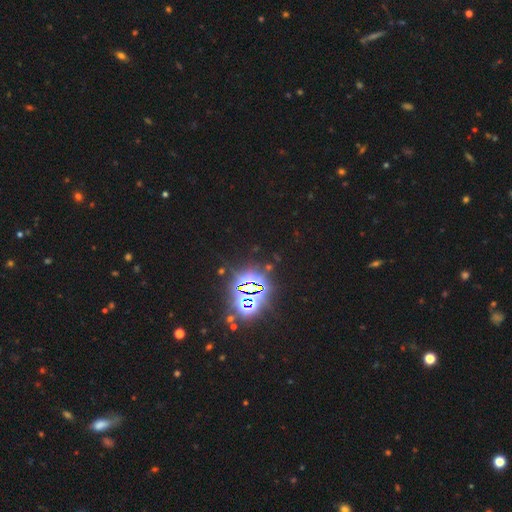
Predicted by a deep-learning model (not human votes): Smooth or featured? Predicted: star or artifact (p=0.82).